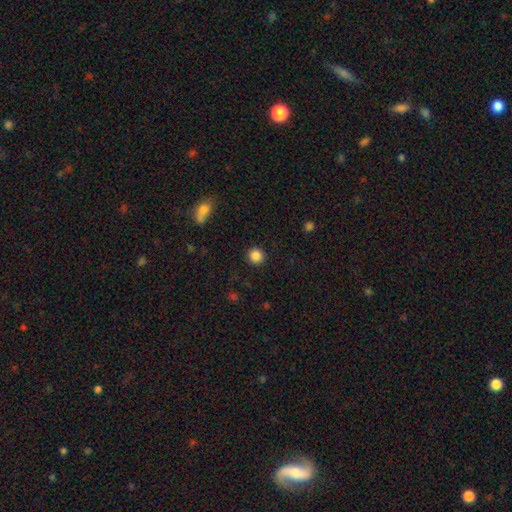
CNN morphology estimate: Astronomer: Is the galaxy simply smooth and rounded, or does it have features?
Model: smooth — 86%.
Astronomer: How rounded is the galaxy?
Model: round — 94%.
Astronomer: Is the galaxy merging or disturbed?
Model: none — 92%.